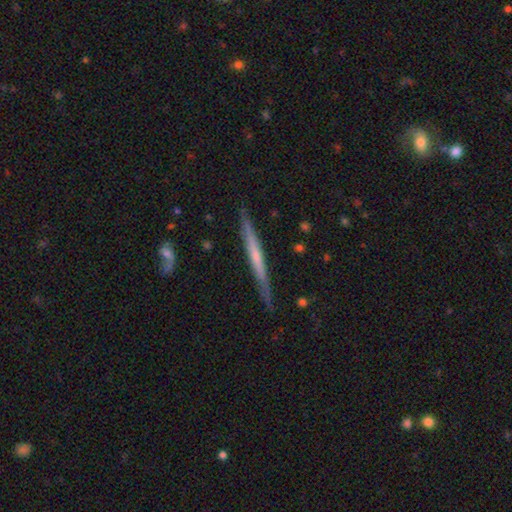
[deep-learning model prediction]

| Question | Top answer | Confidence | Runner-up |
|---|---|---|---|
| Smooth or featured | featured or disk | 59% | smooth (35%) |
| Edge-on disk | yes | 96% | no (4%) |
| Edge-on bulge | none | 70% | rounded (23%) |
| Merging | none | 85% | minor disturbance (11%) |